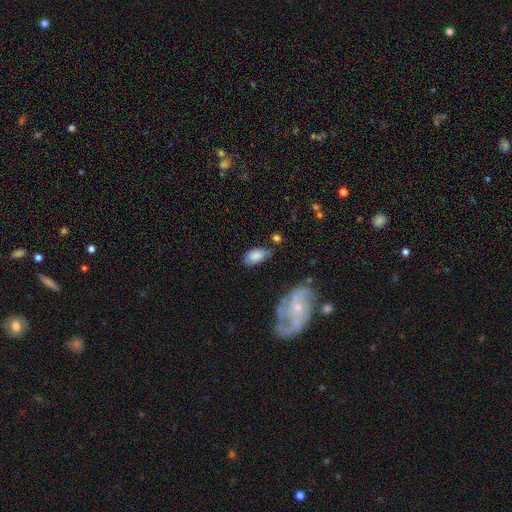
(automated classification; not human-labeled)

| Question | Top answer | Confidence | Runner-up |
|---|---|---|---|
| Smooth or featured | smooth | 80% | featured or disk (13%) |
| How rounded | in between | 93% | round (4%) |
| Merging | none | 59% | minor disturbance (27%) |